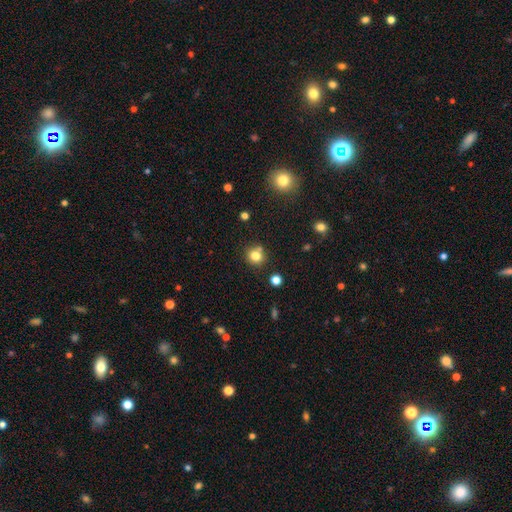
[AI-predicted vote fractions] This is likely a smooth galaxy (79%). How rounded: clearly round (88%). Merging: likely none (74%).